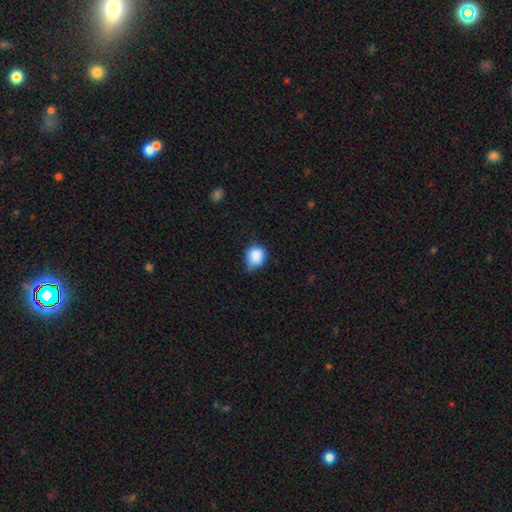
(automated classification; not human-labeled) smooth 85%, star or artifact 9%, featured or disk 6%. Down the decision tree: how rounded — round (74%); merging — none (45%).